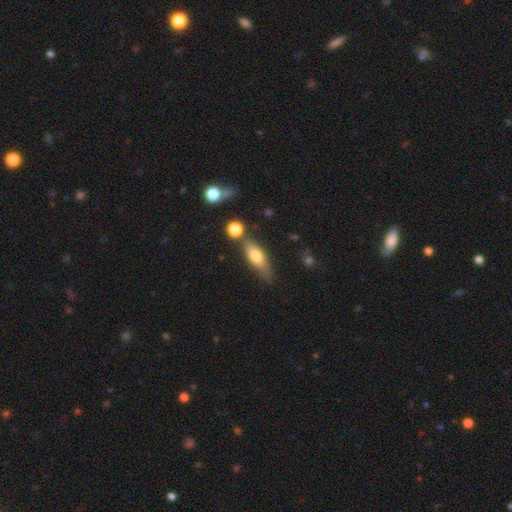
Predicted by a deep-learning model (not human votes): Smooth or featured: smooth — 69% (featured or disk — 24%)
How rounded: in between — 60% (cigar-shaped — 37%)
Merging: none — 62% (minor disturbance — 20%)